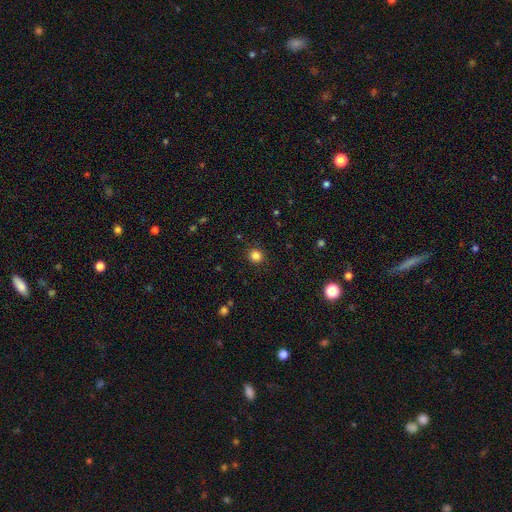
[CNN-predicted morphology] Smooth or featured: smooth — 84% (star or artifact — 13%)
How rounded: round — 90% (in between — 9%)
Merging: none — 91% (minor disturbance — 6%)